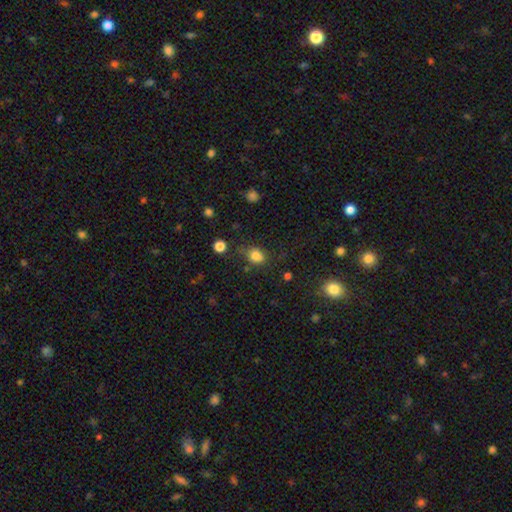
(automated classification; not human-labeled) Morphology: type=smooth (80%); roundness=round (50%); merging=none (62%).